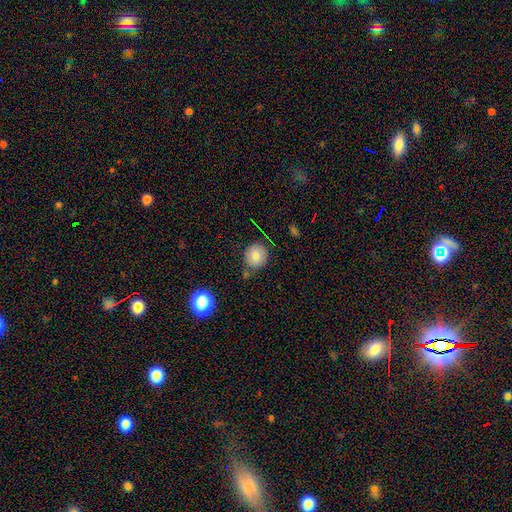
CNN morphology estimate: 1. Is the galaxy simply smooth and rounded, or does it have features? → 79% smooth, 11% featured or disk, 10% star or artifact.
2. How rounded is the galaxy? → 88% round, 11% in between, 1% cigar-shaped.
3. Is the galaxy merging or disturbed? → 76% none, 14% minor disturbance, 6% merger, 3% major disturbance.